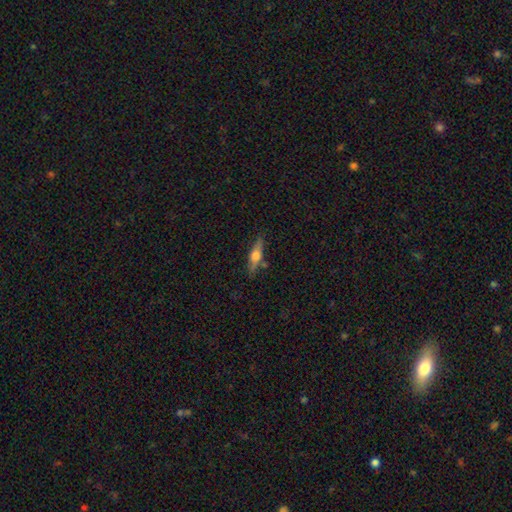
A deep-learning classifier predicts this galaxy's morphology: smooth-or-featured: featured or disk: 48% | smooth: 45% | star or artifact: 7%
  merging: none: 77% | minor disturbance: 15% | merger: 5% | major disturbance: 4%